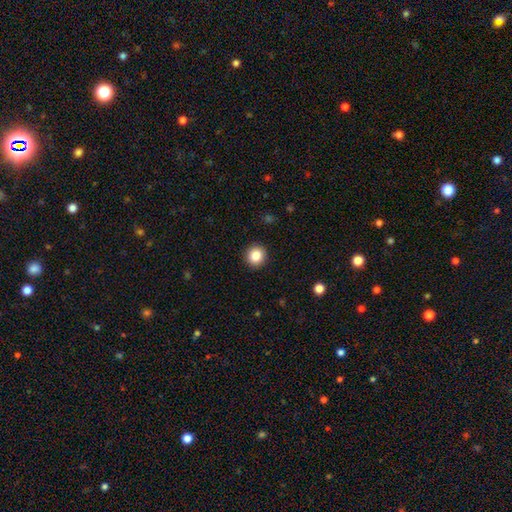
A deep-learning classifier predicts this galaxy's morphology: A smooth galaxy with no disk features (85%) that is round (92%). Merging: none (92%).